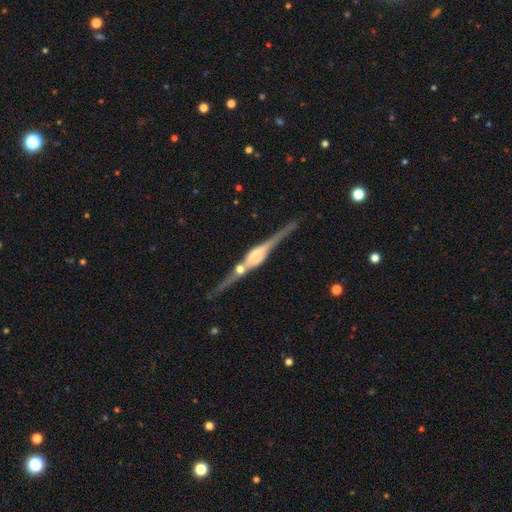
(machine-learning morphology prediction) A featured or disk galaxy (85%) viewed edge-on (97%) with a rounded central bulge (69%). Merging: none (70%).